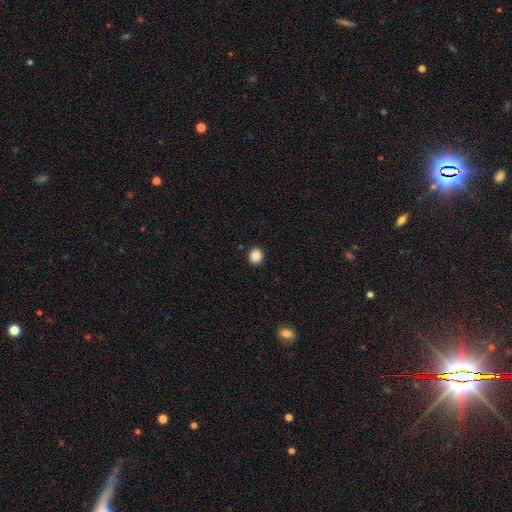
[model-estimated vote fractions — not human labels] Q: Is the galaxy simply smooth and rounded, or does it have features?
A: smooth — 88%.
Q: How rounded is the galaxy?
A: round — 85%.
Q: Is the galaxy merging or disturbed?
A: none — 92%.